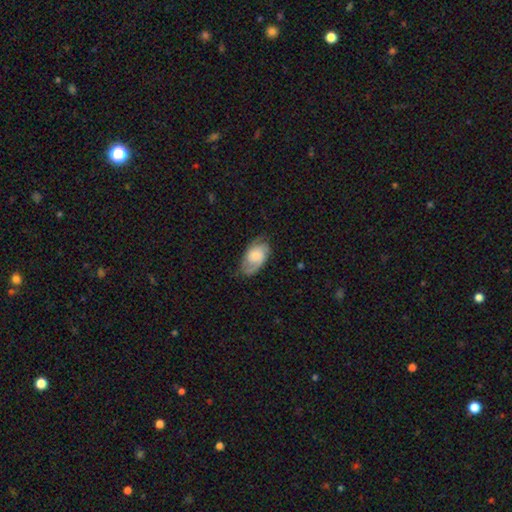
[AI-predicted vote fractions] featured or disk 64%, smooth 29%, star or artifact 6%. Down the decision tree: edge-on disk — no (96%); bar — no (71%); spiral arms — yes (93%); spiral arm count — 2 (62%); spiral winding — medium (43%); bulge size — small (44%); merging — none (69%).